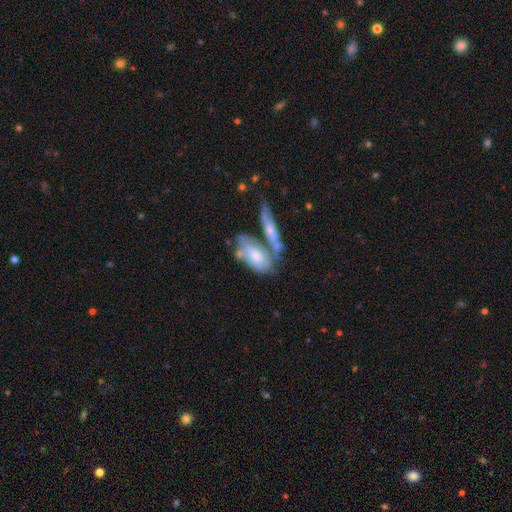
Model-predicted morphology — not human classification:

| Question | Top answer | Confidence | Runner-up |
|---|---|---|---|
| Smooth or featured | smooth | 51% | featured or disk (43%) |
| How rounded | in between | 82% | cigar-shaped (13%) |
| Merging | merger | 42% | none (31%) |